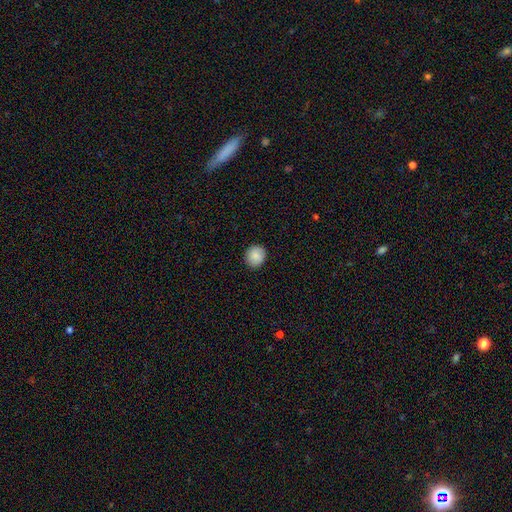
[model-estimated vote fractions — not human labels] Smooth or featured: smooth — 88% (star or artifact — 7%)
How rounded: round — 87% (in between — 12%)
Merging: none — 91% (minor disturbance — 6%)